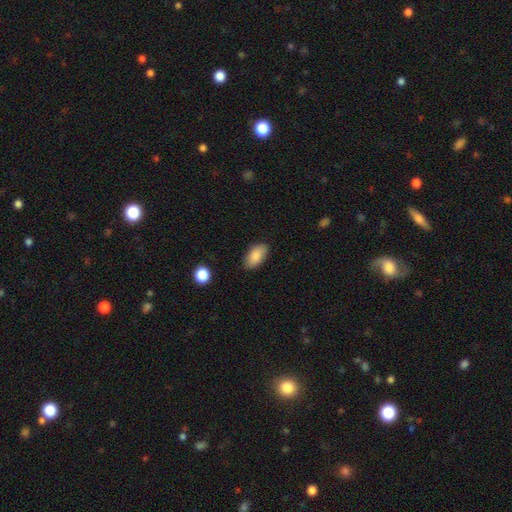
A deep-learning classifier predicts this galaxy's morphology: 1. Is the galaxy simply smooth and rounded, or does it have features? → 86% smooth, 7% featured or disk, 7% star or artifact.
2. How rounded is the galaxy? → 93% in between, 4% cigar-shaped, 3% round.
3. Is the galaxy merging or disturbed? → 85% none, 11% minor disturbance, 2% major disturbance, 1% merger.